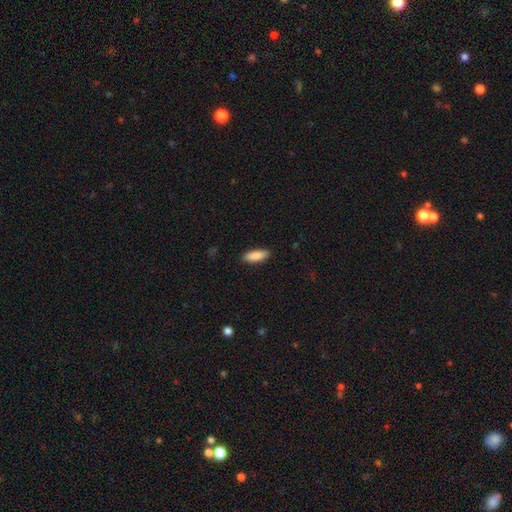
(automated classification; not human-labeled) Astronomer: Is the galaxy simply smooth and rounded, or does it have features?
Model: smooth — 89%.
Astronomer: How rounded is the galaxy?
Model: in between — 66%.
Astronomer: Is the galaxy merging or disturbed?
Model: none — 89%.